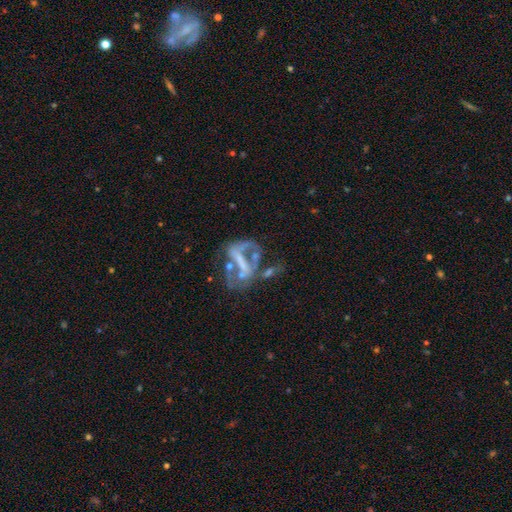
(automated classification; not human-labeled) A featured or disk galaxy (70%) with a strong bar (42%), no spiral arms (63%) and no central bulge (57%).

Vote fractions:
- Smooth or featured? featured or disk: 70% / smooth: 15% / star or artifact: 15%
- Edge-on disk? no: 94% / yes: 6%
- Bar? strong: 42% / no: 35% / weak: 23%
- Spiral arms? no: 63% / yes: 37%
- Bulge size? none: 57% / small: 23% / moderate: 15% / large: 4% / dominant: 2%
- Merging? major disturbance: 34% / none: 27% / merger: 26% / minor disturbance: 13%